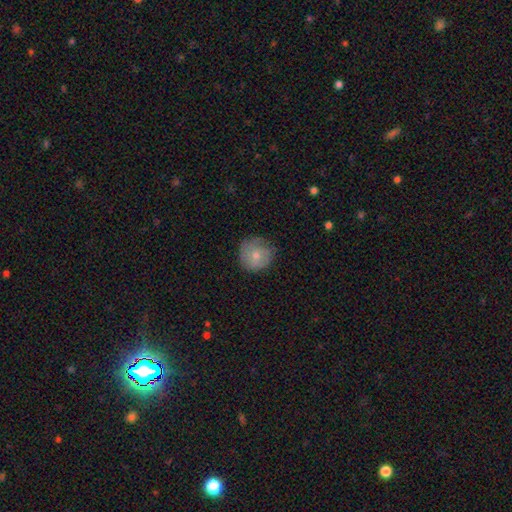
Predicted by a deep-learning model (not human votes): A smooth galaxy with no disk features (70%) that is round (89%).

Vote fractions:
- Smooth or featured? smooth: 70% / featured or disk: 23% / star or artifact: 7%
- How rounded? round: 89% / in between: 10% / cigar-shaped: 1%
- Merging? none: 69% / minor disturbance: 23% / major disturbance: 6% / merger: 1%